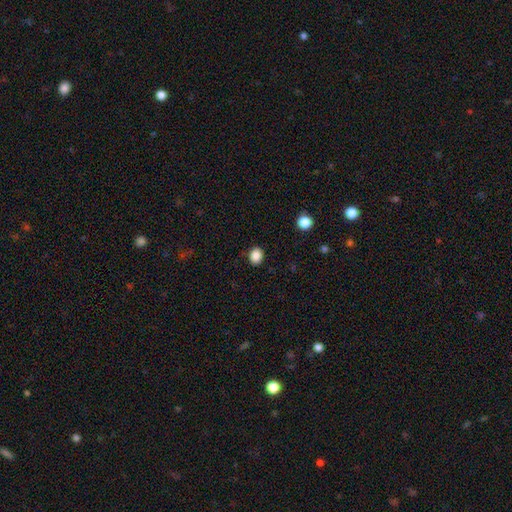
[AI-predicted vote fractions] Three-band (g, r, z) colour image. It shows a smooth galaxy with no disk features (87%) that is in between round and cigar-shaped (50%). Merging: none (87%).